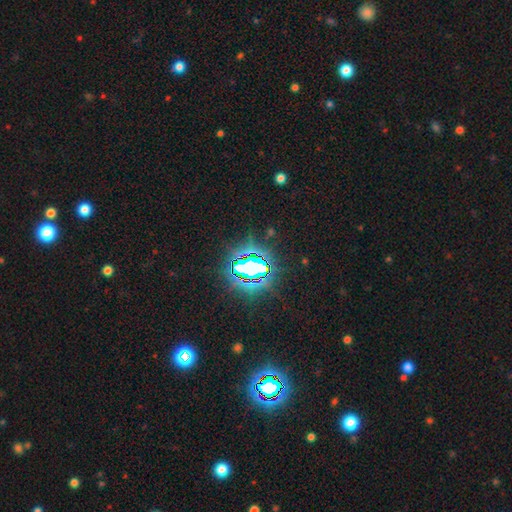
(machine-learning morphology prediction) Smooth or featured? Predicted: star or artifact (p=0.82).